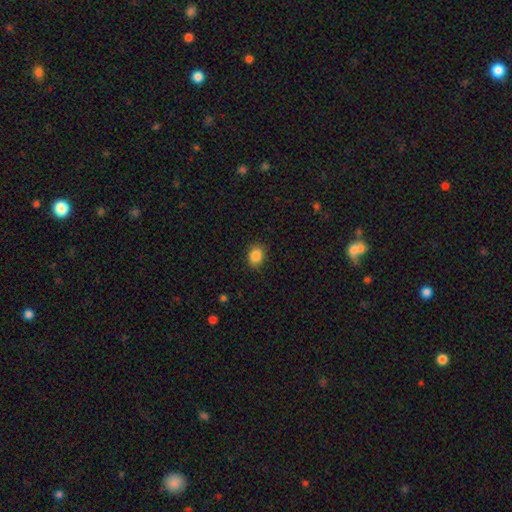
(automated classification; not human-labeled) Smooth or featured?
  - smooth: 86% *
  - star or artifact: 9%
  - featured or disk: 4%
How rounded?
  - in between: 58% *
  - round: 41%
  - cigar-shaped: 1%
Merging?
  - none: 86% *
  - minor disturbance: 11%
  - major disturbance: 2%
  - merger: 1%